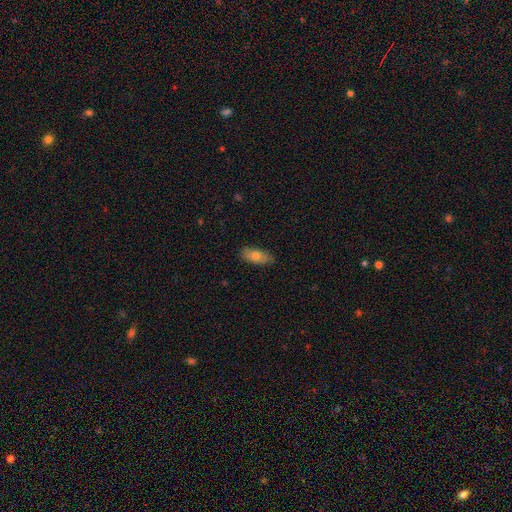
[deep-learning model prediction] smooth-or-featured: smooth: 72% | featured or disk: 22% | star or artifact: 7%
  how-rounded: in between: 84% | cigar-shaped: 14% | round: 3%
  merging: none: 84% | minor disturbance: 13% | major disturbance: 2% | merger: 1%